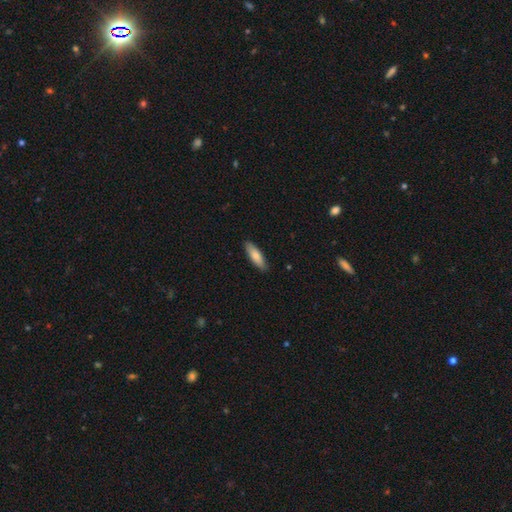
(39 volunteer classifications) Smooth or featured?
  - smooth: 87% *
  - star or artifact: 8%
  - featured or disk: 5%
How rounded?
  - in between: 50% *
  - cigar-shaped: 47%
  - round: 3%
Merging?
  - none: 89% *
  - minor disturbance: 11%
  - major disturbance: 0%
  - merger: 0%